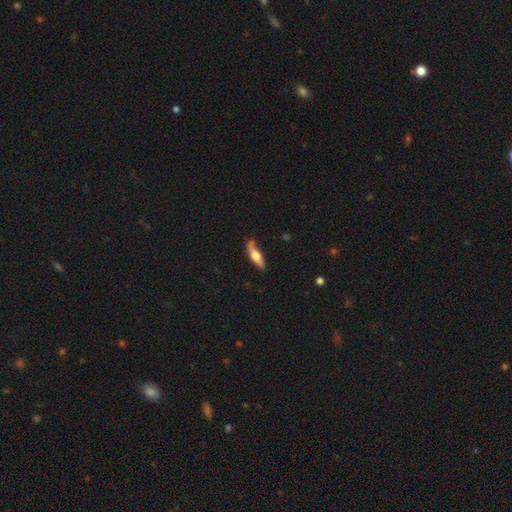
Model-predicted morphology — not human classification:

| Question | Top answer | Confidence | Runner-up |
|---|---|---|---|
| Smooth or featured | featured or disk | 53% | smooth (42%) |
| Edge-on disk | yes | 89% | no (11%) |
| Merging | none | 72% | minor disturbance (20%) |